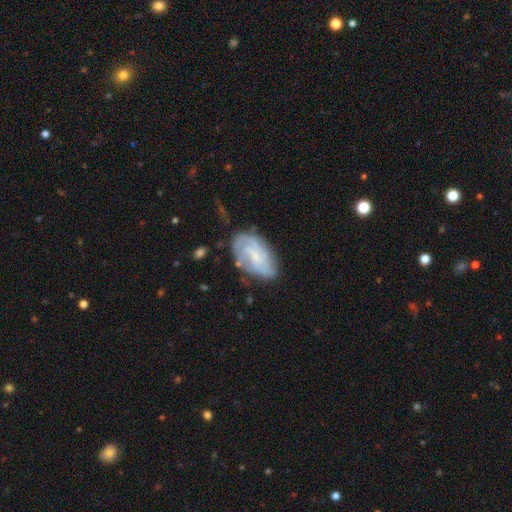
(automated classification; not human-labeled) Overall: featured or disk (61%; smooth 32%). Edge-on disk: no (96%). Bar: no (60%; weak 34%). Spiral arms: yes (79%). Bulge size: small (50%; none 26%). Merging: none (64%; minor disturbance 24%).